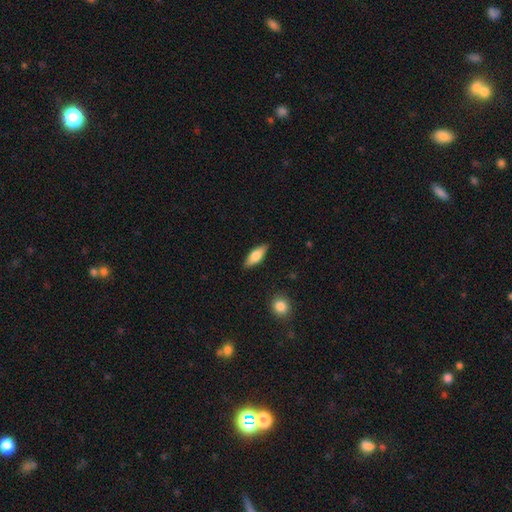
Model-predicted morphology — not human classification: smooth_or_featured: smooth (p=0.66) [alt: featured or disk p=0.28]
how_rounded: in between (p=0.65) [alt: cigar-shaped p=0.32]
merging: none (p=0.87) [alt: minor disturbance p=0.10]